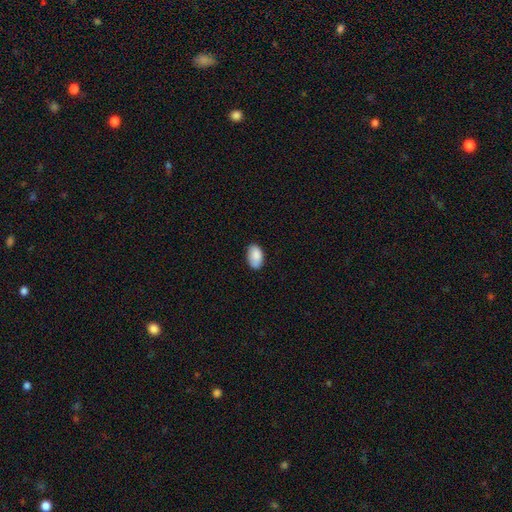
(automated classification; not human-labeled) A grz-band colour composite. It shows a smooth galaxy with no disk features (89%) that is in between round and cigar-shaped (92%). Merging: none (82%).